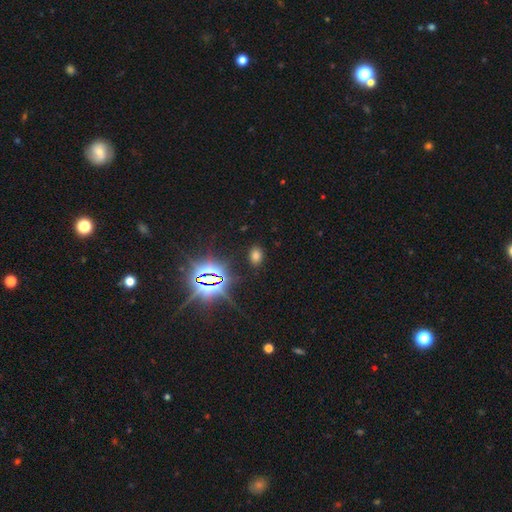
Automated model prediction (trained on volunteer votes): Q: Smooth or featured?
A: smooth (61%); runner-up: star or artifact (31%)
Q: How rounded?
A: in between (78%); runner-up: round (21%)
Q: Merging?
A: none (86%); runner-up: minor disturbance (9%)